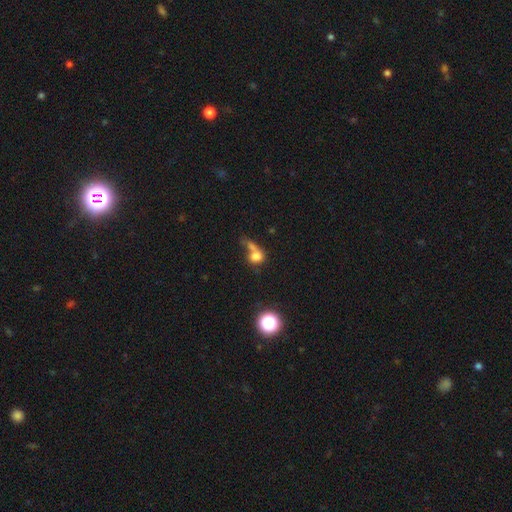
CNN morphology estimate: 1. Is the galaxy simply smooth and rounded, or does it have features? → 70% smooth, 17% featured or disk, 14% star or artifact.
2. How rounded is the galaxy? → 60% round, 37% in between, 3% cigar-shaped.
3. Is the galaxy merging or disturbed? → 45% merger, 23% none, 21% major disturbance, 11% minor disturbance.